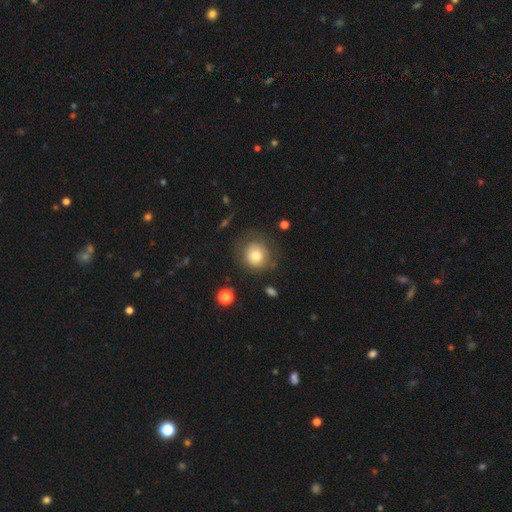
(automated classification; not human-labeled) smooth 73%, featured or disk 17%, star or artifact 10%. Down the decision tree: how rounded — round (87%); merging — none (69%).